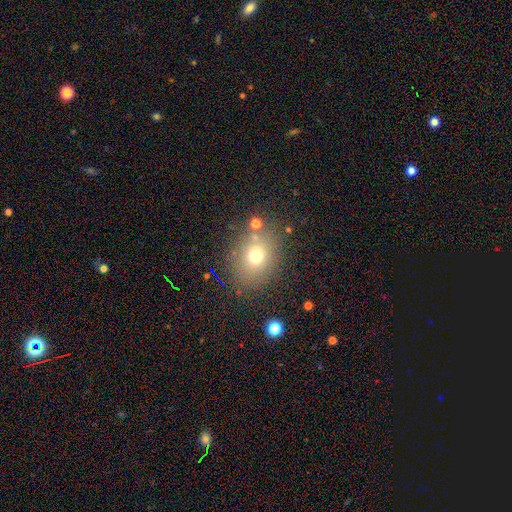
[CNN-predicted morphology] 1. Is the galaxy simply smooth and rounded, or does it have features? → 68% smooth, 19% star or artifact, 13% featured or disk.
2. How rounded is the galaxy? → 62% round, 37% in between, 1% cigar-shaped.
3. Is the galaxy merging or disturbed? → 78% none, 11% minor disturbance, 6% merger, 5% major disturbance.